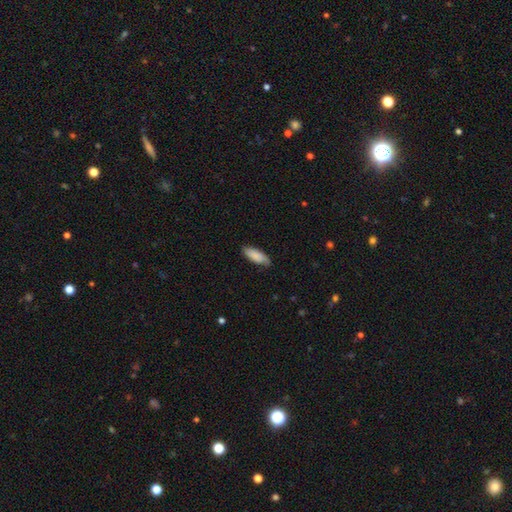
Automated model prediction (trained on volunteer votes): A smooth galaxy with no disk features (84%) that is in between round and cigar-shaped (72%). Merging: none (77%).